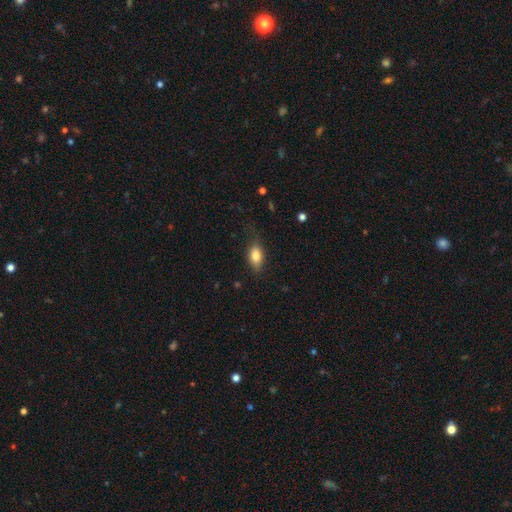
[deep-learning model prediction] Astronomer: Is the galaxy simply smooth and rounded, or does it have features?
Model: smooth — 81%.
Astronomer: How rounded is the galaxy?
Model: in between — 85%.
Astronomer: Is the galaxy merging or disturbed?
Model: none — 72%.